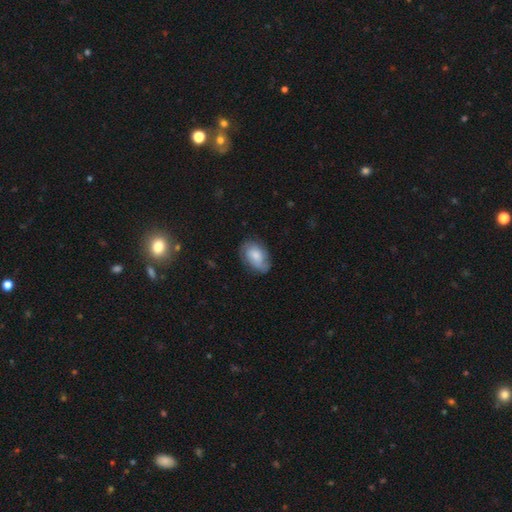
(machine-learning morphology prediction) This appears to be a smooth galaxy with no disk features (57%) that is in between round and cigar-shaped (87%). Merging: none (68%).